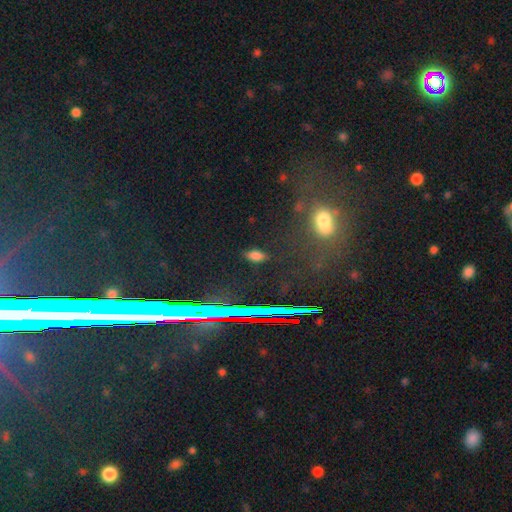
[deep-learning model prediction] The model was most divided on "smooth or featured": smooth: 68%, star or artifact: 26%, featured or disk: 7%. More confident: merging — none (85%); how rounded — in between (82%).